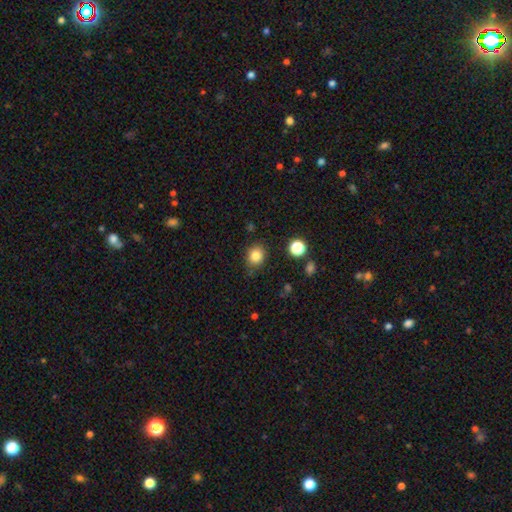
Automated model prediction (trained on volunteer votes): This is clearly a smooth galaxy (82%). How rounded: likely round (72%). Merging: likely none (79%).